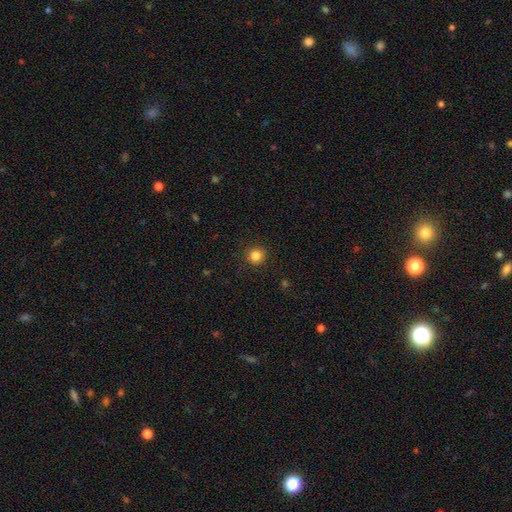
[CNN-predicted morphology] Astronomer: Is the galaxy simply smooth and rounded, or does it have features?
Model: smooth — 85%.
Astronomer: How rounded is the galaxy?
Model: round — 94%.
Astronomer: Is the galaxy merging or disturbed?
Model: none — 91%.